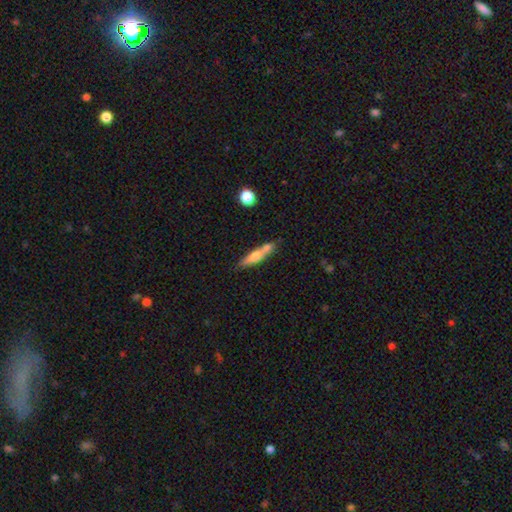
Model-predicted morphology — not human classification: Q: Smooth or featured?
A: smooth (55%); runner-up: featured or disk (39%)
Q: How rounded?
A: cigar-shaped (84%); runner-up: in between (14%)
Q: Merging?
A: none (62%); runner-up: merger (20%)